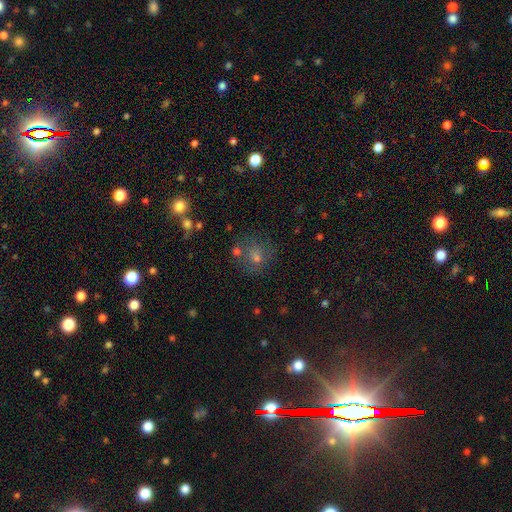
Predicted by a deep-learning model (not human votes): Smooth or featured? Predicted: smooth (p=0.64). How rounded? Predicted: round (p=0.78). Merging? Predicted: none (p=0.56).